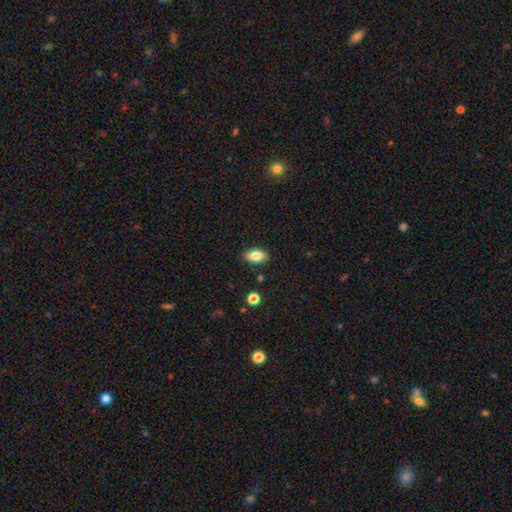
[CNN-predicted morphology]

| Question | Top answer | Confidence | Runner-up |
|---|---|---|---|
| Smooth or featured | smooth | 83% | featured or disk (9%) |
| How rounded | in between | 91% | round (6%) |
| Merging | none | 87% | minor disturbance (9%) |